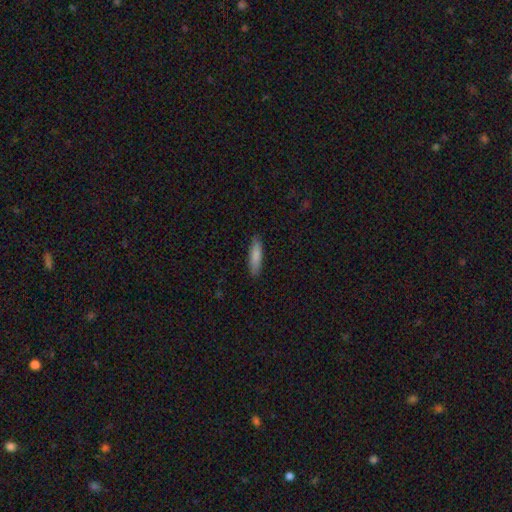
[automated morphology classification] smooth_or_featured: smooth (p=0.84) [alt: featured or disk p=0.10]
how_rounded: cigar-shaped (p=0.72) [alt: in between p=0.26]
merging: none (p=0.88) [alt: minor disturbance p=0.09]